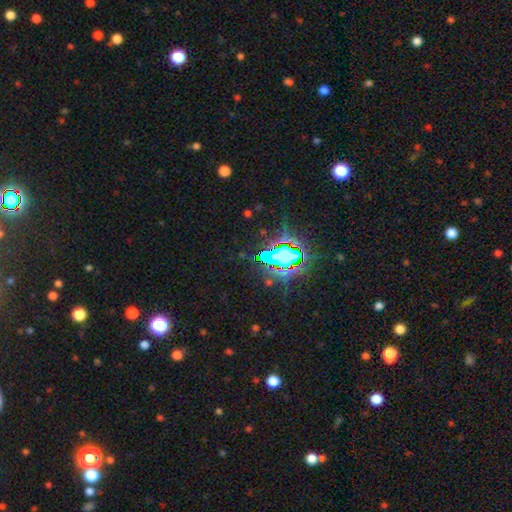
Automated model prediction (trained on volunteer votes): smooth-or-featured: star or artifact: 83% | smooth: 10% | featured or disk: 7%